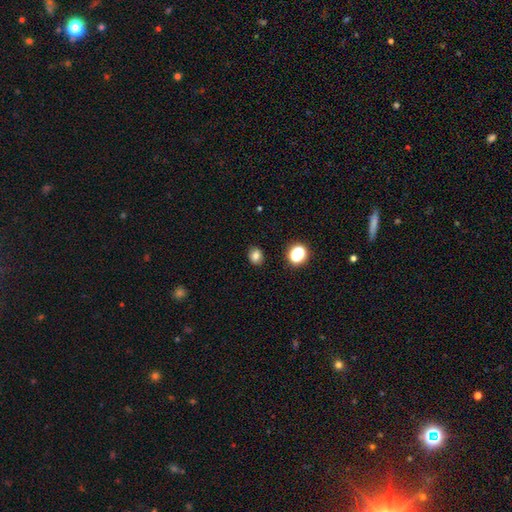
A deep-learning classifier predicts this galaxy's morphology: A smooth galaxy with no disk features (79%) that is round (61%).

Vote fractions:
- Smooth or featured? smooth: 79% / star or artifact: 14% / featured or disk: 7%
- How rounded? round: 61% / in between: 39% / cigar-shaped: 1%
- Merging? none: 87% / minor disturbance: 9% / major disturbance: 2% / merger: 2%